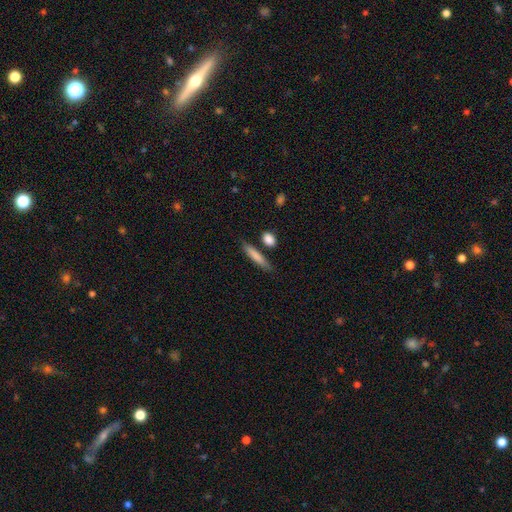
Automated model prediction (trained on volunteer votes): Q: Smooth or featured?
A: smooth (80%); runner-up: featured or disk (14%)
Q: How rounded?
A: cigar-shaped (87%); runner-up: in between (11%)
Q: Merging?
A: none (80%); runner-up: minor disturbance (11%)